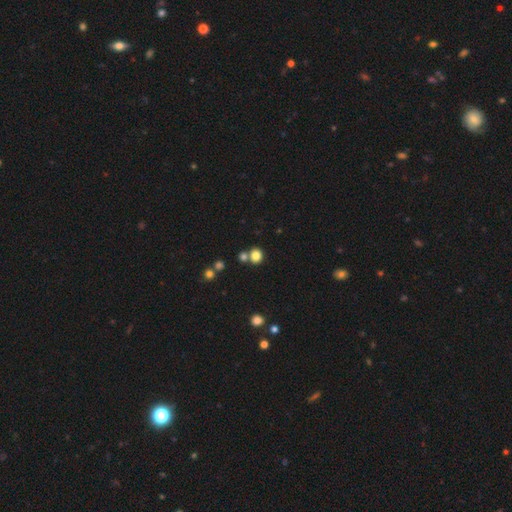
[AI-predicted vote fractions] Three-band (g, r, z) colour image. It shows a smooth galaxy with no disk features (82%) that is round (77%). Merging: none (65%).